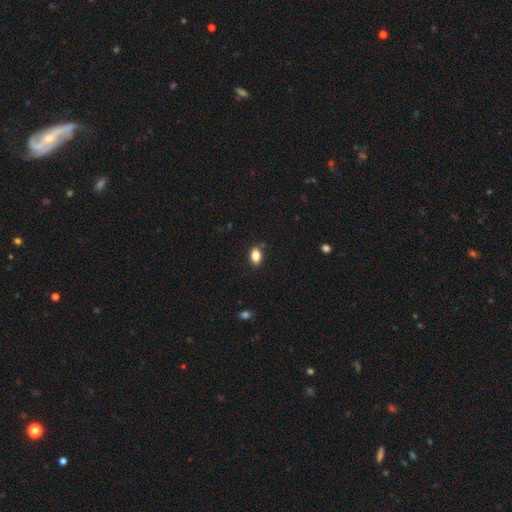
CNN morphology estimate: This is clearly a smooth galaxy (86%). How rounded: clearly in between (84%). Merging: clearly none (84%).